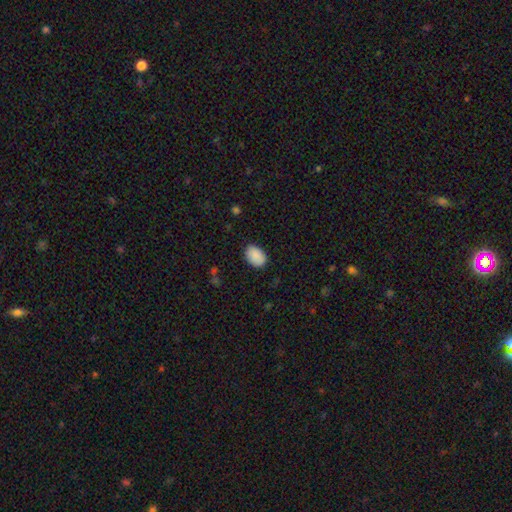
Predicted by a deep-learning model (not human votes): smooth 90%, star or artifact 7%, featured or disk 4%. Down the decision tree: how rounded — in between (85%); merging — none (83%).